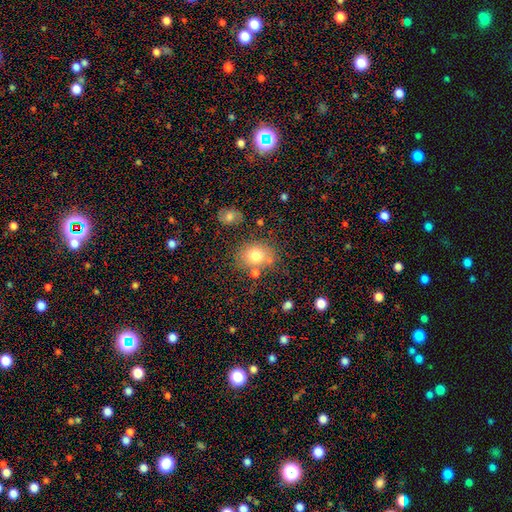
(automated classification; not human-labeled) smooth-or-featured: smooth: 76% | featured or disk: 12% | star or artifact: 12%
  how-rounded: round: 58% | in between: 41% | cigar-shaped: 1%
  merging: none: 69% | minor disturbance: 14% | merger: 12% | major disturbance: 5%